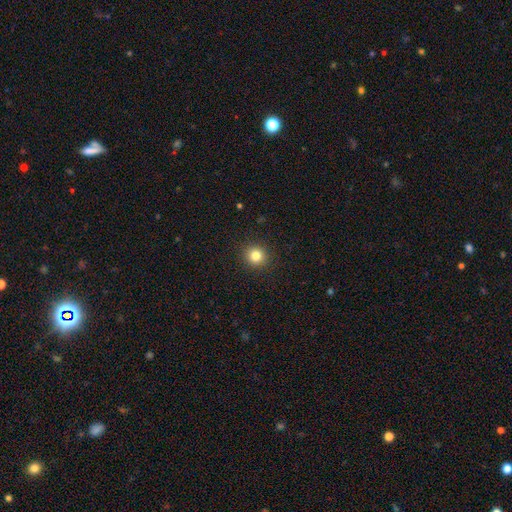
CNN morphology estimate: Smooth or featured? Predicted: smooth (p=0.82). How rounded? Predicted: round (p=0.92). Merging? Predicted: none (p=0.92).